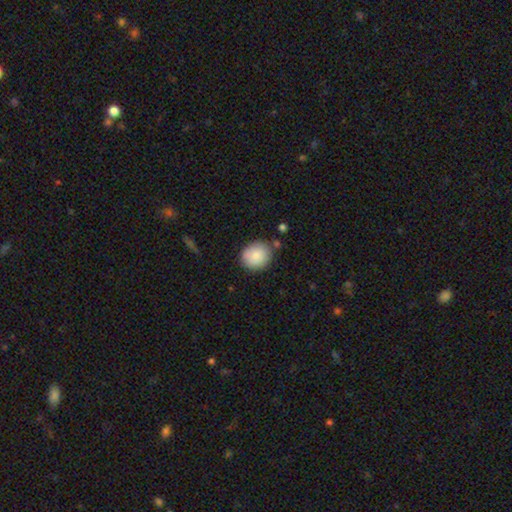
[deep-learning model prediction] smooth_or_featured: smooth (p=0.86) [alt: featured or disk p=0.08]
how_rounded: round (p=0.72) [alt: in between p=0.27]
merging: none (p=0.79) [alt: minor disturbance p=0.13]